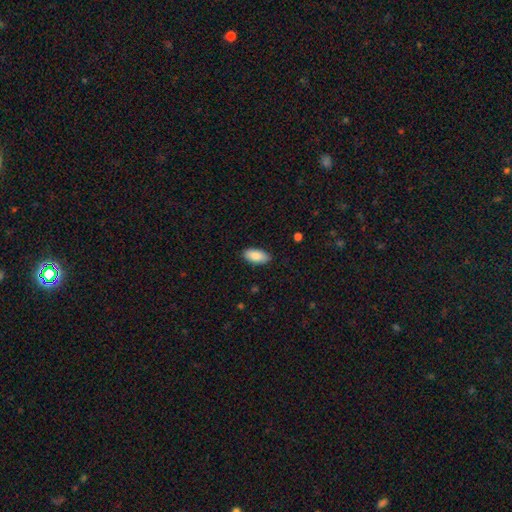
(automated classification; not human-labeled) Overall: smooth (86%). How rounded: in between (92%). Merging: none (87%).